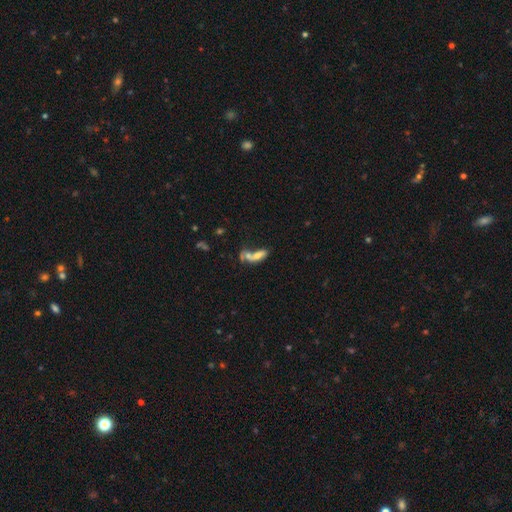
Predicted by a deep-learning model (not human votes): Smooth or featured?
  - smooth: 57% *
  - featured or disk: 31%
  - star or artifact: 12%
How rounded?
  - in between: 70% *
  - cigar-shaped: 25%
  - round: 6%
Merging?
  - merger: 59% *
  - none: 20%
  - major disturbance: 12%
  - minor disturbance: 10%